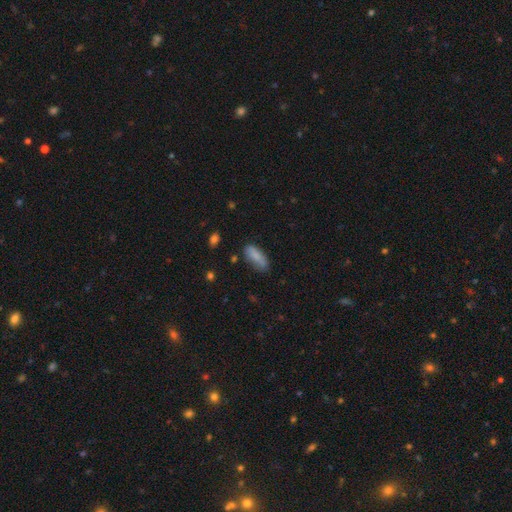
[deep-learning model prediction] This is clearly a smooth galaxy (84%). How rounded: likely in between (70%). Merging: likely none (70%).